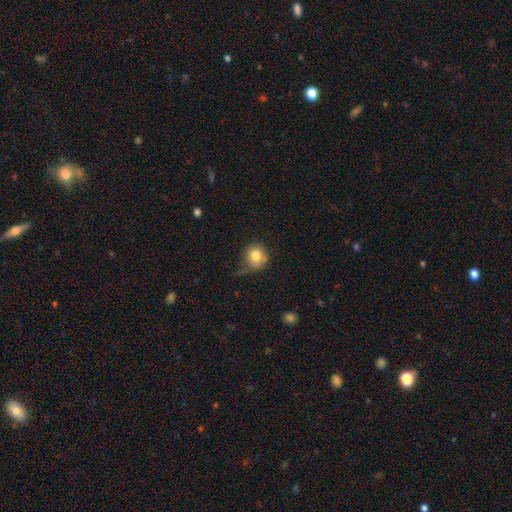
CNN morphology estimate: smooth_or_featured: smooth (p=0.80) [alt: featured or disk p=0.11]
how_rounded: round (p=0.86) [alt: in between p=0.13]
merging: none (p=0.54) [alt: minor disturbance p=0.29]